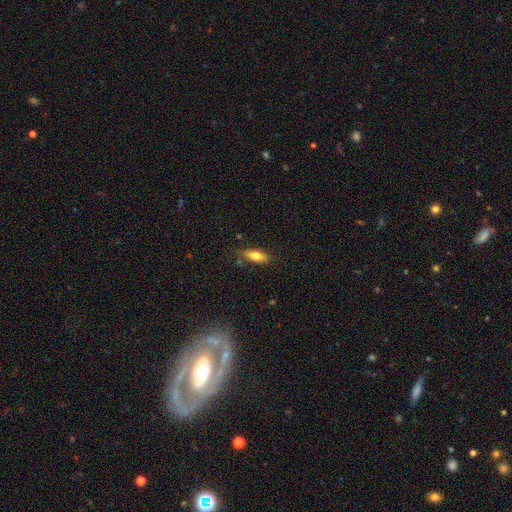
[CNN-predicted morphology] Smooth or featured: smooth — 73% (featured or disk — 20%)
How rounded: in between — 65% (cigar-shaped — 32%)
Merging: none — 77% (minor disturbance — 17%)